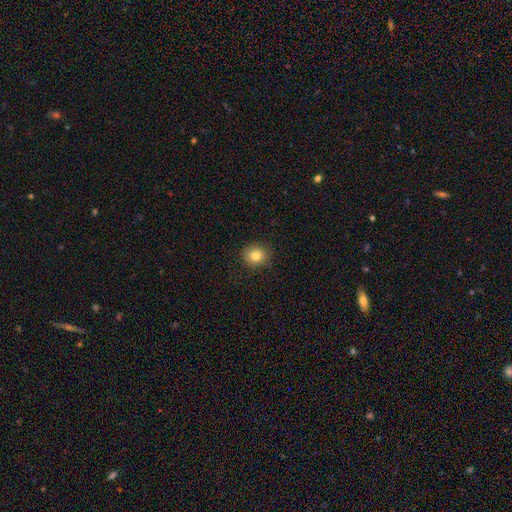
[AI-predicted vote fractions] Smooth or featured?
  - smooth: 81% *
  - star or artifact: 11%
  - featured or disk: 8%
How rounded?
  - round: 78% *
  - in between: 21%
  - cigar-shaped: 1%
Merging?
  - none: 88% *
  - minor disturbance: 9%
  - major disturbance: 2%
  - merger: 1%